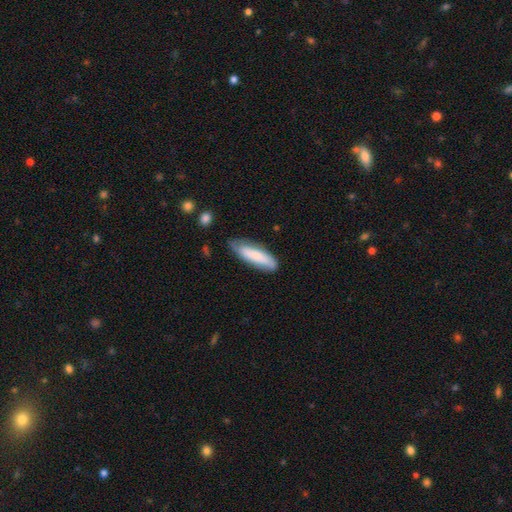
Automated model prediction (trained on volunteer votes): Smooth or featured? smooth (73%)
How rounded? cigar-shaped (62%)
Merging? none (68%)